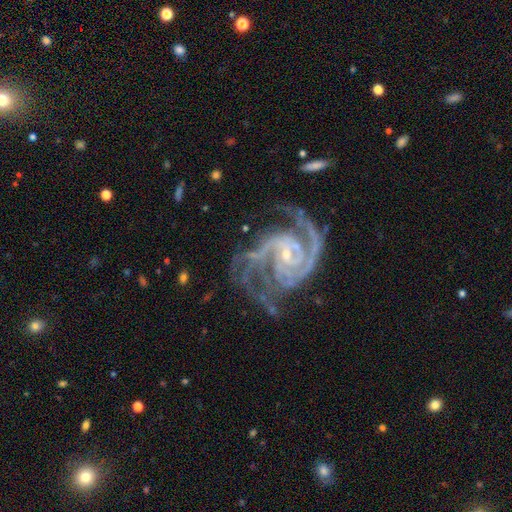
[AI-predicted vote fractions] Q: Smooth or featured?
A: featured or disk (93%); runner-up: star or artifact (5%)
Q: Edge-on disk?
A: no (98%); runner-up: yes (2%)
Q: Bar?
A: no (50%); runner-up: weak (34%)
Q: Spiral arms?
A: yes (99%); runner-up: no (1%)
Q: Spiral winding?
A: tight (48%); runner-up: medium (45%)
Q: Spiral arm count?
A: 2 (43%); runner-up: 3 (28%)
Q: Bulge size?
A: small (78%); runner-up: moderate (18%)
Q: Merging?
A: none (61%); runner-up: minor disturbance (21%)